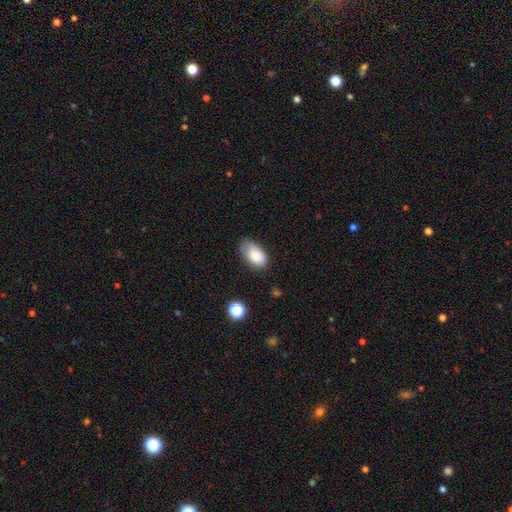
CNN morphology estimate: Smooth or featured? Predicted: smooth (p=0.85). How rounded? Predicted: in between (p=0.92). Merging? Predicted: none (p=0.57).